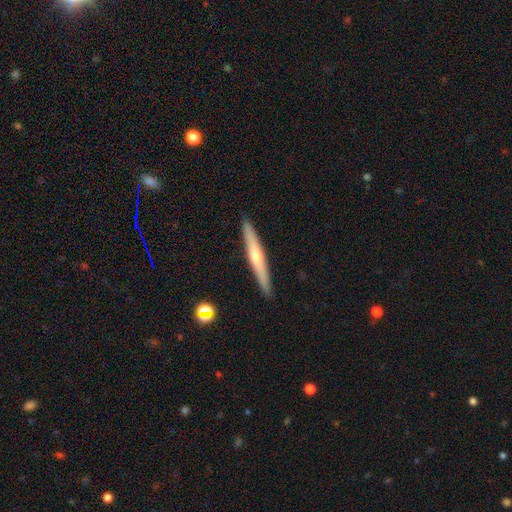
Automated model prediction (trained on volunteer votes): A featured or disk galaxy (52%) viewed edge-on (96%).

Vote fractions:
- Smooth or featured? featured or disk: 52% / smooth: 42% / star or artifact: 6%
- Edge-on disk? yes: 96% / no: 4%
- Merging? none: 91% / minor disturbance: 6% / major disturbance: 1% / merger: 1%